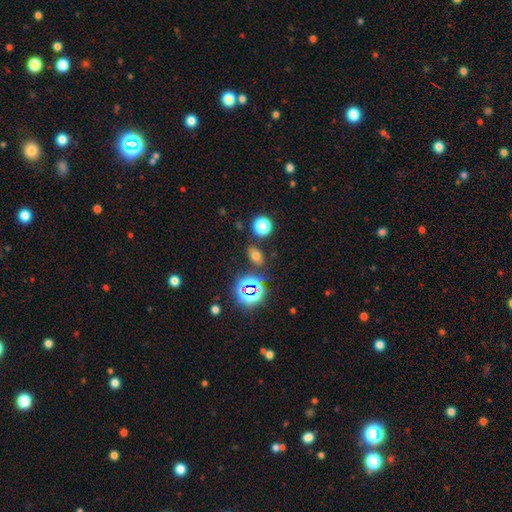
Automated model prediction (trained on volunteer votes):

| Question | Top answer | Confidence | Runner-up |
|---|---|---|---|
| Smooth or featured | smooth | 60% | star or artifact (30%) |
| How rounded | in between | 77% | round (20%) |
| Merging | none | 82% | minor disturbance (10%) |